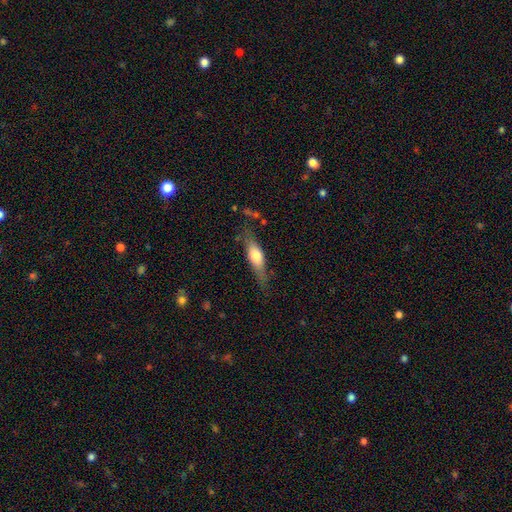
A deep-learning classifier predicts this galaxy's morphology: Overall: smooth (59%; featured or disk 35%). How rounded: cigar-shaped (50%; in between 47%). Merging: none (69%).